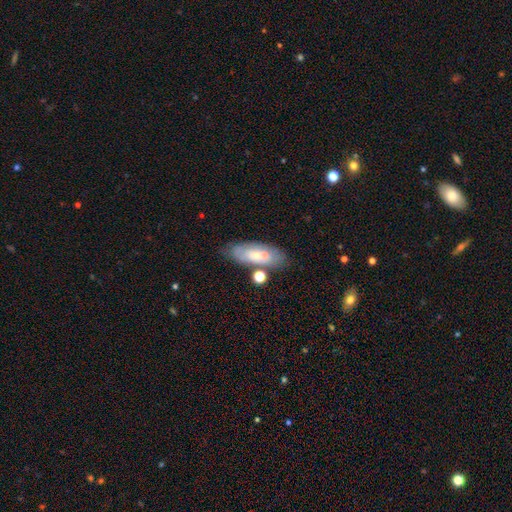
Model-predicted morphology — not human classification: Smooth or featured? smooth (55%)
How rounded? in between (72%)
Merging? none (62%)